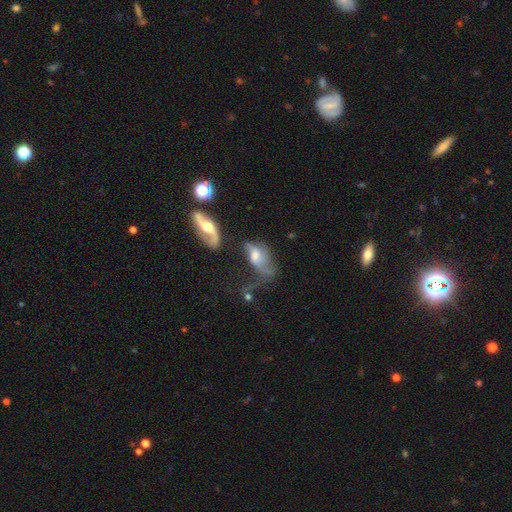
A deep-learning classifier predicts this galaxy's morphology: This appears to be a featured or disk galaxy (58%) with no bar (62%), spiral arms (72%) and a moderate central bulge (55%). Merging: major disturbance (33%).